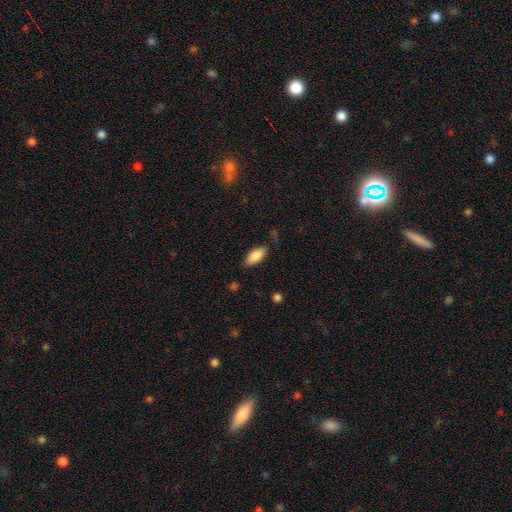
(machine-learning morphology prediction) Smooth or featured?
  - smooth: 87% *
  - featured or disk: 7%
  - star or artifact: 7%
How rounded?
  - in between: 90% *
  - cigar-shaped: 8%
  - round: 2%
Merging?
  - none: 80% *
  - minor disturbance: 14%
  - major disturbance: 4%
  - merger: 2%